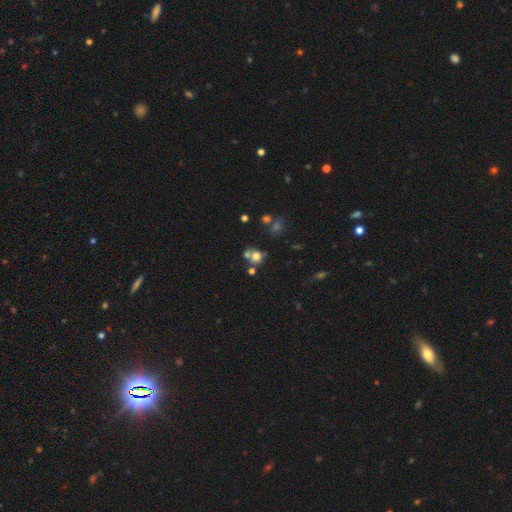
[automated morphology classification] A smooth galaxy with no disk features (68%) that is round (77%). Merging: none (45%).